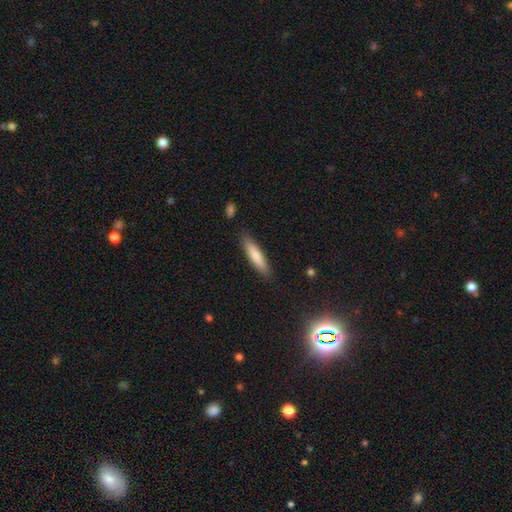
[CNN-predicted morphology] smooth-or-featured: smooth: 77% | featured or disk: 18% | star or artifact: 6%
  how-rounded: cigar-shaped: 82% | in between: 17% | round: 1%
  merging: none: 85% | minor disturbance: 11% | major disturbance: 2% | merger: 2%